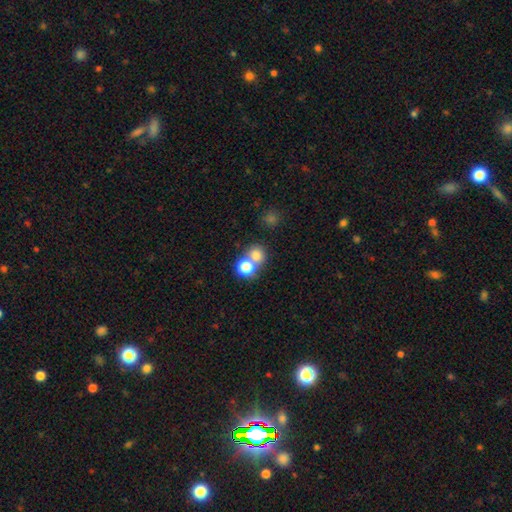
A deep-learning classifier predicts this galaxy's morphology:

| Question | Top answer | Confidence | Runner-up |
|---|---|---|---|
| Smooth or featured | smooth | 73% | star or artifact (17%) |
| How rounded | round | 79% | in between (20%) |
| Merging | none | 46% | merger (44%) |